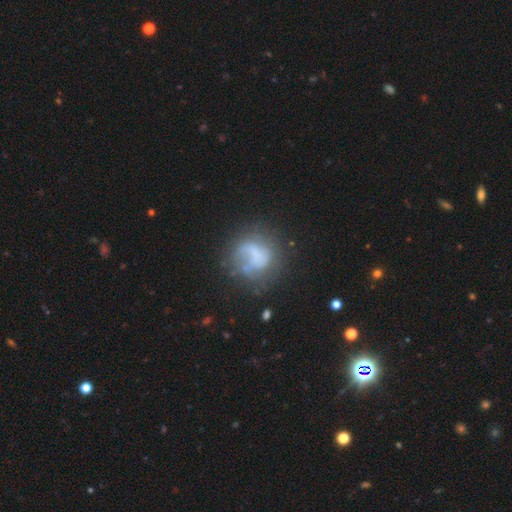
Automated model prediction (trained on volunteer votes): Q: Smooth or featured?
A: featured or disk (45%); runner-up: smooth (43%)
Q: Merging?
A: none (43%); runner-up: major disturbance (28%)